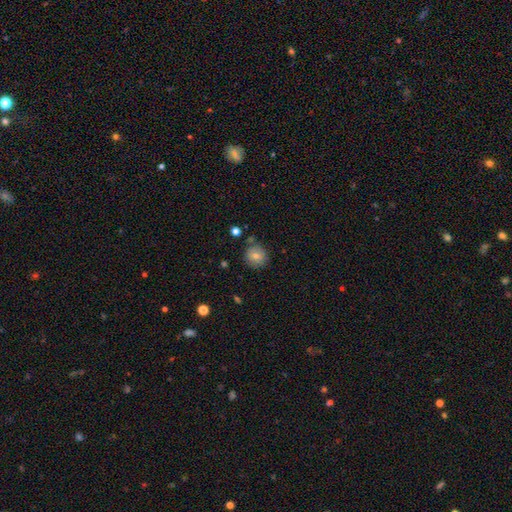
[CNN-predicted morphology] Smooth or featured? Predicted: smooth (p=0.75). How rounded? Predicted: round (p=0.90). Merging? Predicted: none (p=0.80).